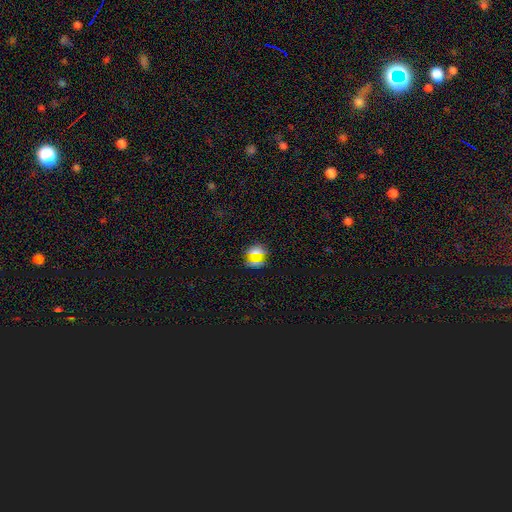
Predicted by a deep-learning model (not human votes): smooth_or_featured: smooth (p=0.61) [alt: star or artifact p=0.29]
how_rounded: round (p=0.76) [alt: in between p=0.21]
merging: none (p=0.80) [alt: minor disturbance p=0.11]